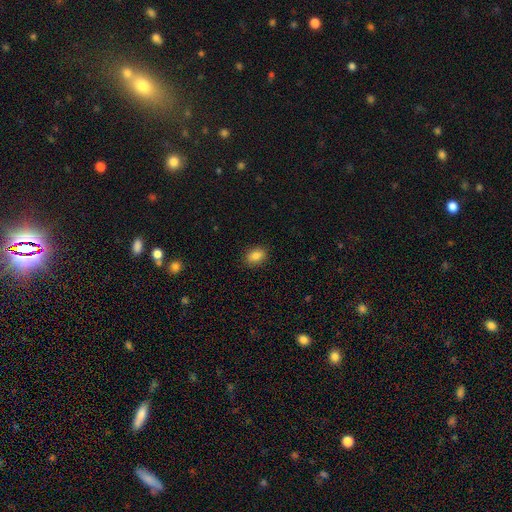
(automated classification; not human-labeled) Smooth or featured? smooth (86%)
How rounded? in between (79%)
Merging? none (88%)